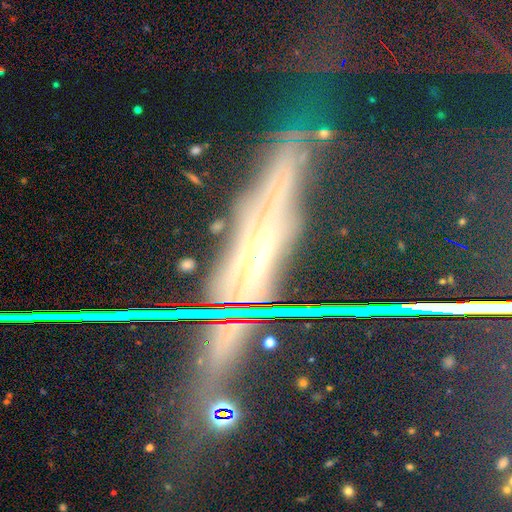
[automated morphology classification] This is possibly a featured or disk galaxy (46%). Merging: likely none (70%).